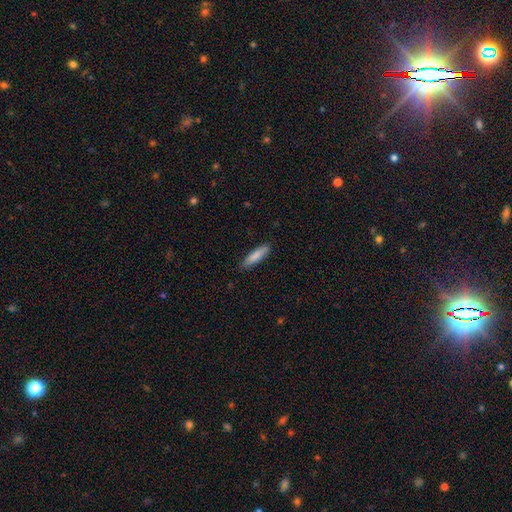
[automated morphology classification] Overall: smooth (85%). How rounded: cigar-shaped (73%). Merging: none (86%).